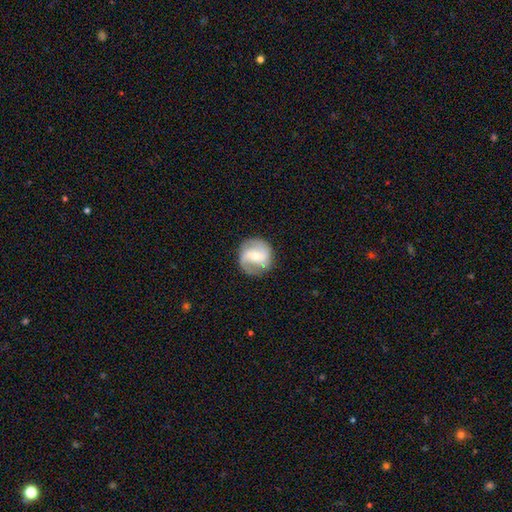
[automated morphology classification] A featured or disk galaxy (75%) with a weak bar (46%), 2 (76%) medium (46%) spiral arms (93%) and a moderate central bulge (49%).

Vote fractions:
- Smooth or featured? featured or disk: 75% / smooth: 18% / star or artifact: 6%
- Edge-on disk? no: 98% / yes: 2%
- Bar? weak: 46% / no: 28% / strong: 26%
- Spiral arms? yes: 93% / no: 7%
- Spiral winding? medium: 46% / loose: 27% / tight: 27%
- Spiral arm count? 2: 76% / 3: 9% / can't tell: 8% / 1: 4% / 4: 2% / more than 4: 2%
- Bulge size? moderate: 49% / small: 46% / large: 3% / none: 2% / dominant: 1%
- Merging? none: 81% / minor disturbance: 13% / major disturbance: 5% / merger: 1%